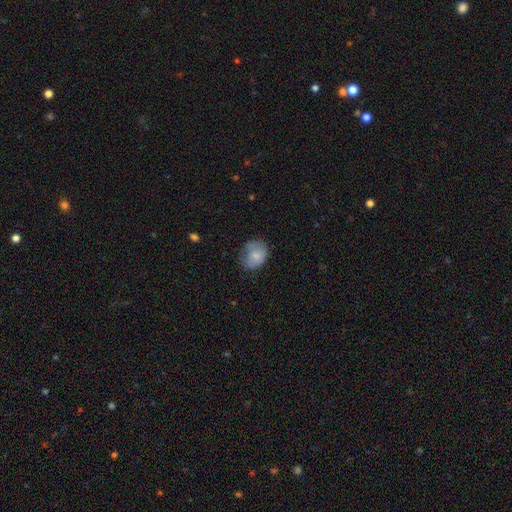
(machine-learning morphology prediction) Q: Smooth or featured?
A: smooth (77%); runner-up: featured or disk (15%)
Q: How rounded?
A: in between (55%); runner-up: round (44%)
Q: Merging?
A: none (56%); runner-up: minor disturbance (31%)